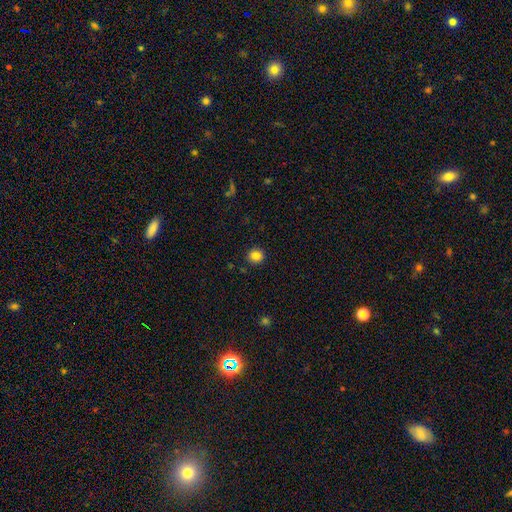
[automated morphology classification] Smooth or featured: smooth — 83% (star or artifact — 11%)
How rounded: round — 86% (in between — 13%)
Merging: none — 89% (minor disturbance — 8%)